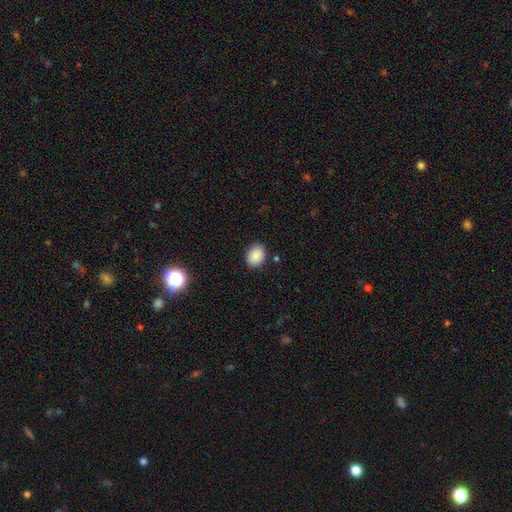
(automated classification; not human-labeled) A smooth galaxy with no disk features (87%) that is in between round and cigar-shaped (62%). Merging: none (86%).